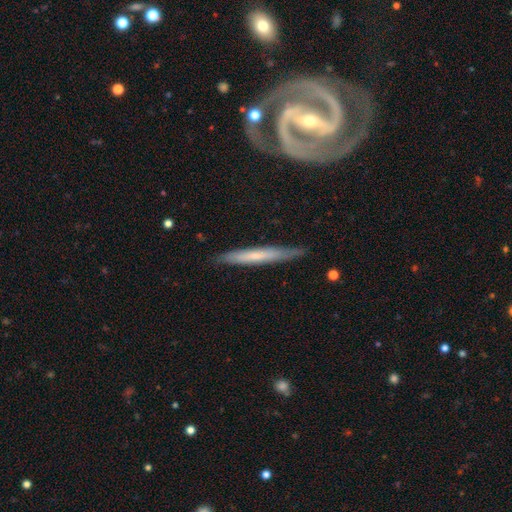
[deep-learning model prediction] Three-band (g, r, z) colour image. It shows a smooth galaxy with no disk features (52%) that is cigar-shaped (96%). Merging: none (85%).